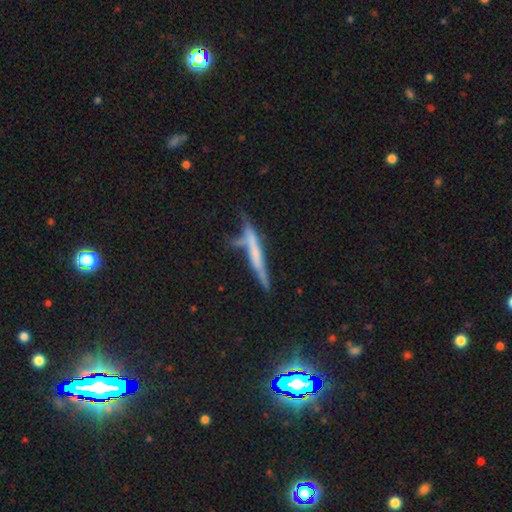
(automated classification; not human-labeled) Q: Smooth or featured?
A: featured or disk (51%); runner-up: smooth (42%)
Q: Edge-on disk?
A: yes (88%); runner-up: no (12%)
Q: Merging?
A: none (50%); runner-up: merger (20%)